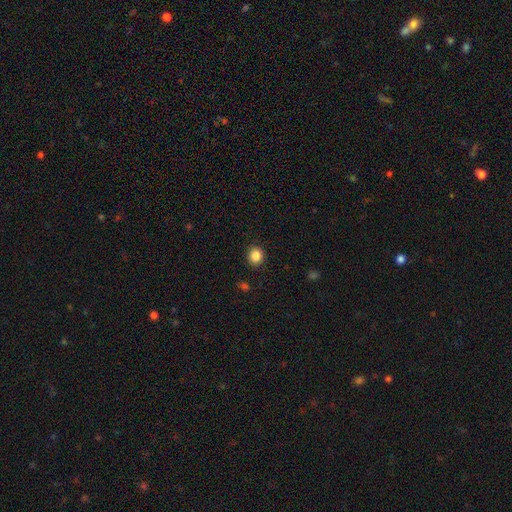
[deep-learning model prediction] Overall: smooth (86%). How rounded: round (83%). Merging: none (91%).